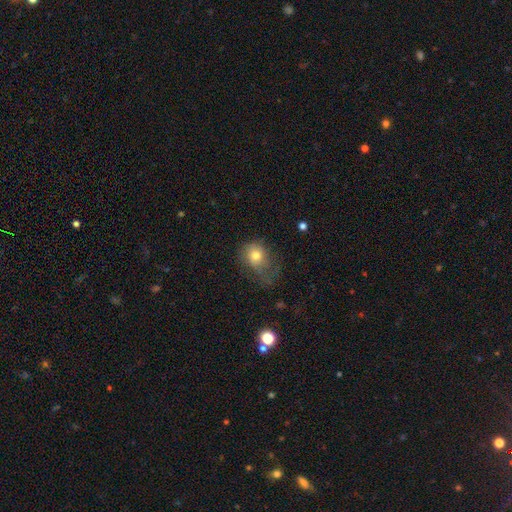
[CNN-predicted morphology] Smooth or featured?
  - smooth: 75% *
  - featured or disk: 15%
  - star or artifact: 11%
How rounded?
  - round: 64% *
  - in between: 35%
  - cigar-shaped: 1%
Merging?
  - none: 36% *
  - major disturbance: 33%
  - minor disturbance: 30%
  - merger: 2%